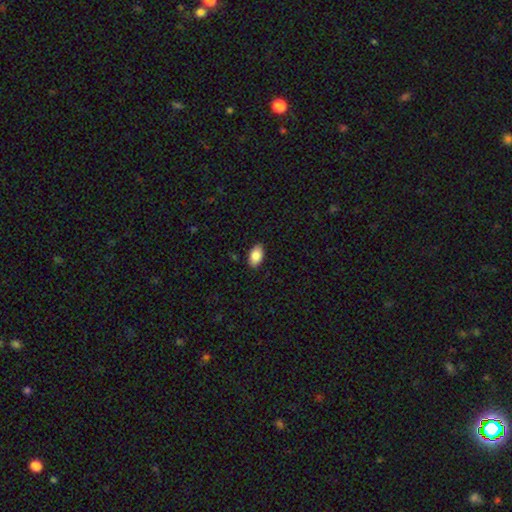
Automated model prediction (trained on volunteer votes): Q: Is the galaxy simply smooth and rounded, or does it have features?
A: smooth — 87%.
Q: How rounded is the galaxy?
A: in between — 94%.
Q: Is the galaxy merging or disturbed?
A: none — 87%.